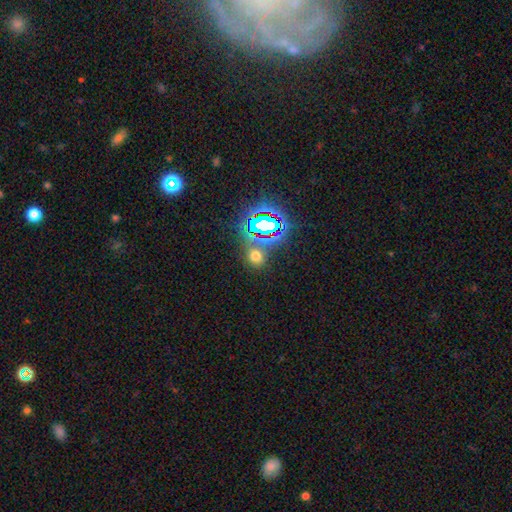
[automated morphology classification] smooth_or_featured: smooth (p=0.55) [alt: star or artifact p=0.38]
how_rounded: round (p=0.77) [alt: in between p=0.22]
merging: none (p=0.76) [alt: merger p=0.10]